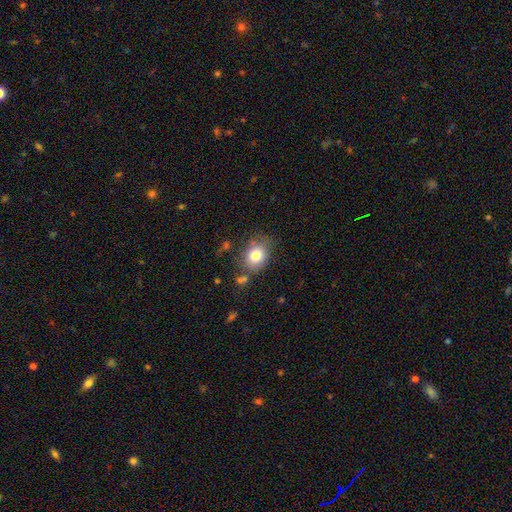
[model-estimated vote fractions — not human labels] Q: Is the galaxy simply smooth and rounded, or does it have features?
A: smooth — 80%.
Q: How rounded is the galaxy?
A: in between — 52%.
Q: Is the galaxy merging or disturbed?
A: none — 70%.